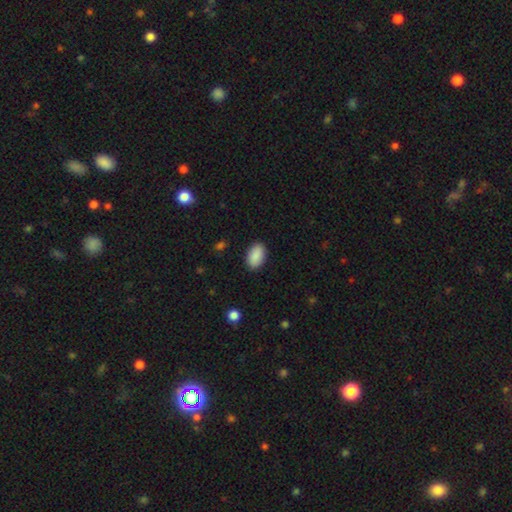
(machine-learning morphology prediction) A smooth galaxy with no disk features (90%) that is in between round and cigar-shaped (93%). Merging: none (89%).